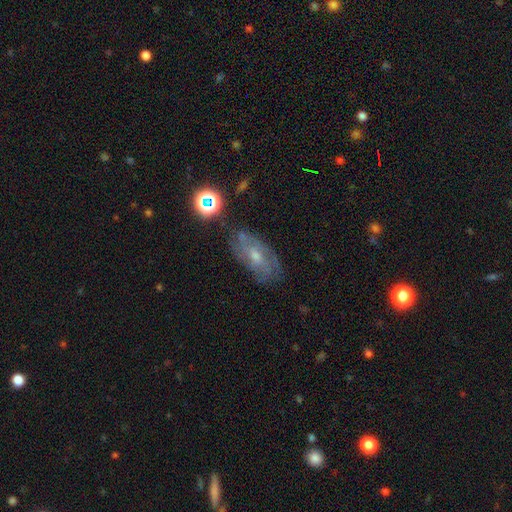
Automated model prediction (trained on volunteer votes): A featured or disk galaxy (58%) with no bar (66%), spiral arms (72%) and a small central bulge (50%). Merging: none (66%).